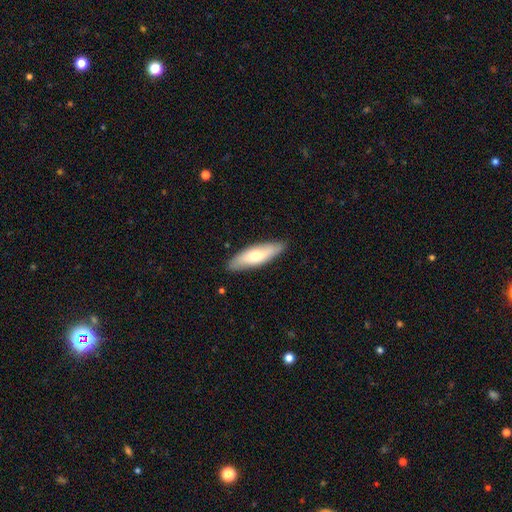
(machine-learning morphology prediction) Q: Smooth or featured?
A: smooth (65%); runner-up: featured or disk (30%)
Q: How rounded?
A: cigar-shaped (52%); runner-up: in between (46%)
Q: Merging?
A: none (86%); runner-up: minor disturbance (11%)